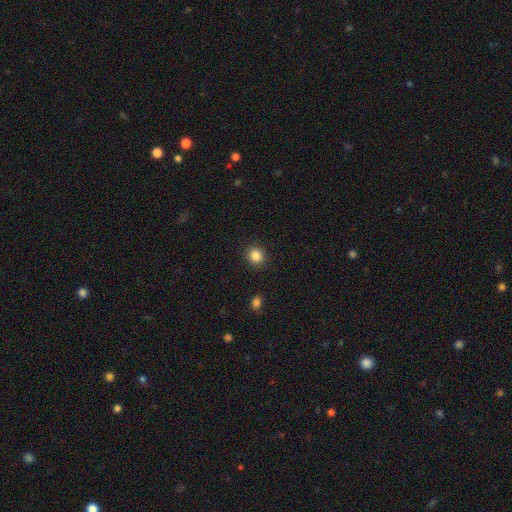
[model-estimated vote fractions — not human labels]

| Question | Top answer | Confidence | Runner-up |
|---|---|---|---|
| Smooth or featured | smooth | 85% | star or artifact (11%) |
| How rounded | round | 87% | in between (12%) |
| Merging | none | 91% | minor disturbance (6%) |